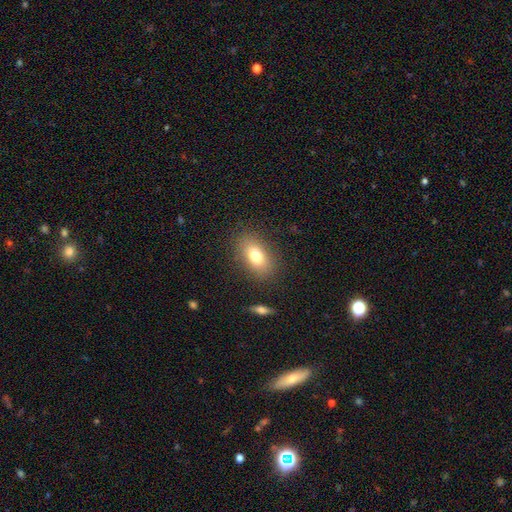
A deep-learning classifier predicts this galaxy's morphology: smooth-or-featured: smooth: 76% | featured or disk: 14% | star or artifact: 9%
  how-rounded: in between: 86% | round: 10% | cigar-shaped: 4%
  merging: none: 84% | minor disturbance: 10% | major disturbance: 4% | merger: 2%